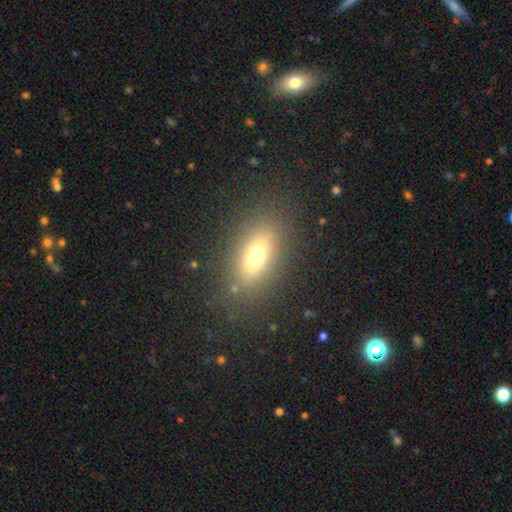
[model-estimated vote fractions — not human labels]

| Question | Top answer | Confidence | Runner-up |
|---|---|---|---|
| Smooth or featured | smooth | 65% | featured or disk (22%) |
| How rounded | in between | 77% | cigar-shaped (14%) |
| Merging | none | 83% | minor disturbance (10%) |